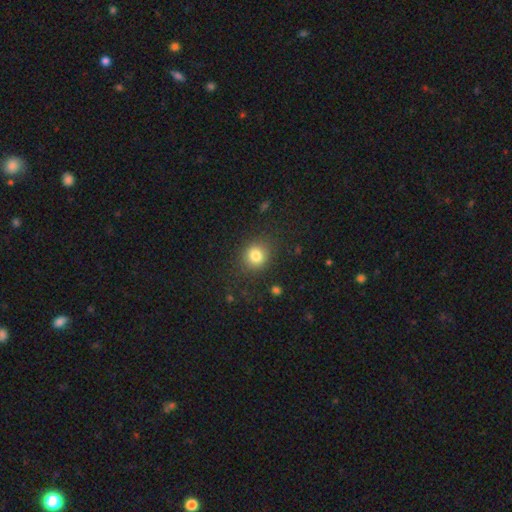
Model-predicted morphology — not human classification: Smooth or featured? Predicted: smooth (p=0.82). How rounded? Predicted: round (p=0.79). Merging? Predicted: none (p=0.85).